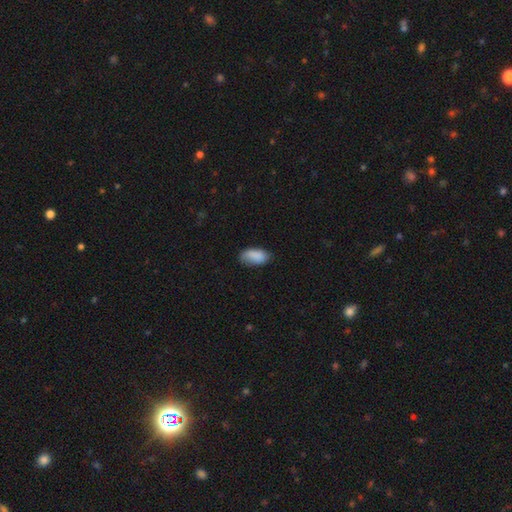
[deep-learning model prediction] smooth-or-featured: smooth: 86% | star or artifact: 7% | featured or disk: 6%
  how-rounded: in between: 93% | cigar-shaped: 4% | round: 3%
  merging: none: 65% | minor disturbance: 27% | major disturbance: 6% | merger: 1%